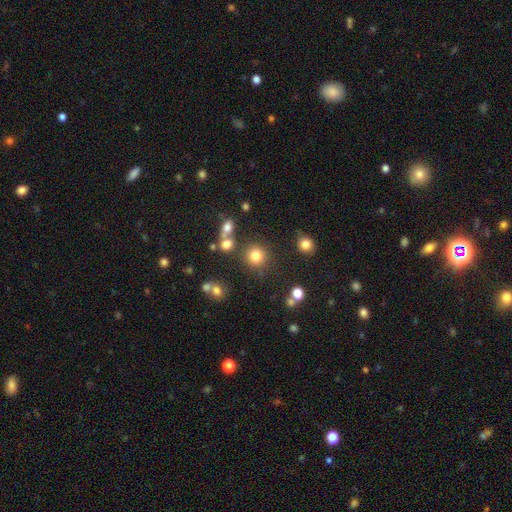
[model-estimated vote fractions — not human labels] smooth 78%, star or artifact 15%, featured or disk 7%. Down the decision tree: how rounded — round (92%); merging — none (79%).